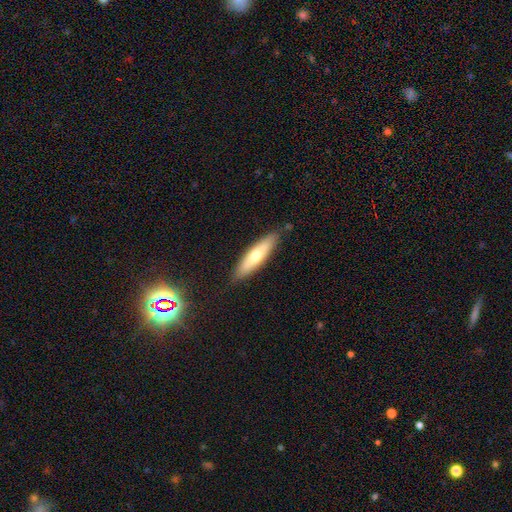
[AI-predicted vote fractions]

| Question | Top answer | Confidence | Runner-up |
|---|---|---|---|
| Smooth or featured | smooth | 64% | featured or disk (30%) |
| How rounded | cigar-shaped | 73% | in between (26%) |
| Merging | none | 85% | minor disturbance (12%) |